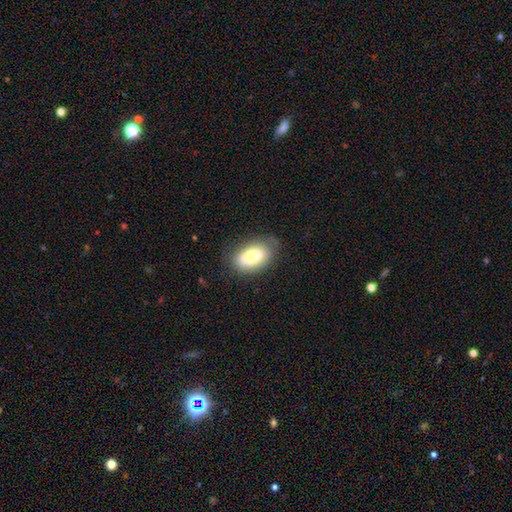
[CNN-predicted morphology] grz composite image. It shows a smooth galaxy with no disk features (78%) that is in between round and cigar-shaped (91%). Merging: none (72%).